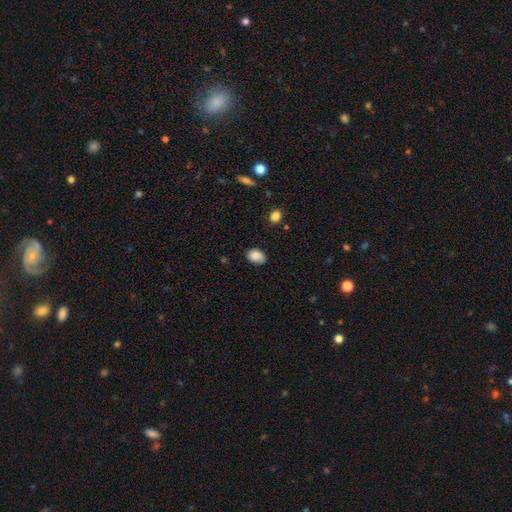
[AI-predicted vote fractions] Smooth or featured? smooth (87%)
How rounded? in between (78%)
Merging? none (75%)